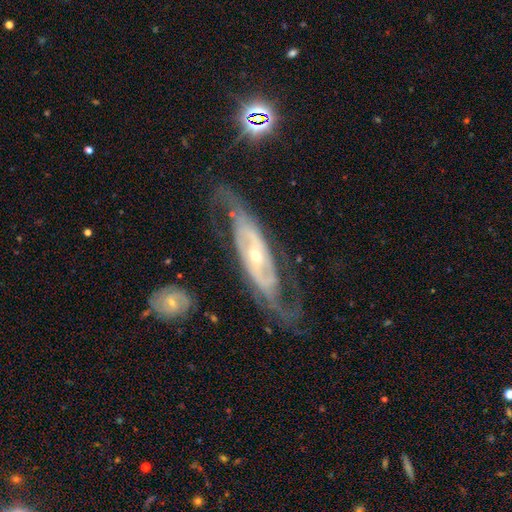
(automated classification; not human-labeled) smooth-or-featured: featured or disk: 87% | smooth: 7% | star or artifact: 6%
  disk-edge-on: no: 85% | yes: 15%
    bar: no: 51% | weak: 28% | strong: 21%
    has-spiral-arms: yes: 92% | no: 8%
      spiral-winding: medium: 42% | tight: 37% | loose: 22%
      spiral-arm-count: 2: 76% | can't tell: 14% | 3: 4% | 1: 2% | 4: 2% | more than 4: 2%
    bulge-size: small: 61% | moderate: 35% | large: 2% | none: 1% | dominant: 1%
  merging: none: 67% | minor disturbance: 17% | major disturbance: 14% | merger: 2%